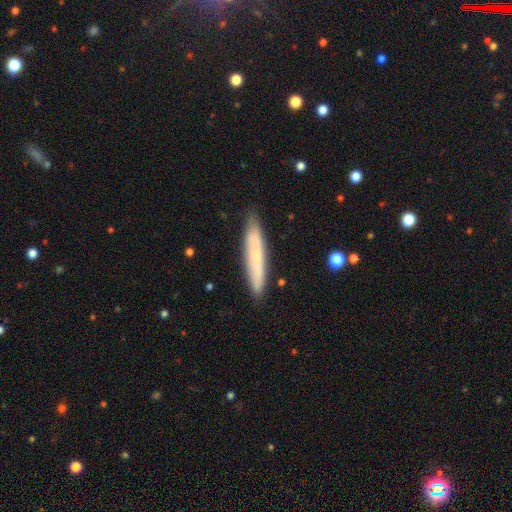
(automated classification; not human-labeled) smooth_or_featured: smooth (p=0.58) [alt: featured or disk p=0.35]
how_rounded: cigar-shaped (p=0.91) [alt: in between p=0.07]
merging: none (p=0.84) [alt: minor disturbance p=0.12]